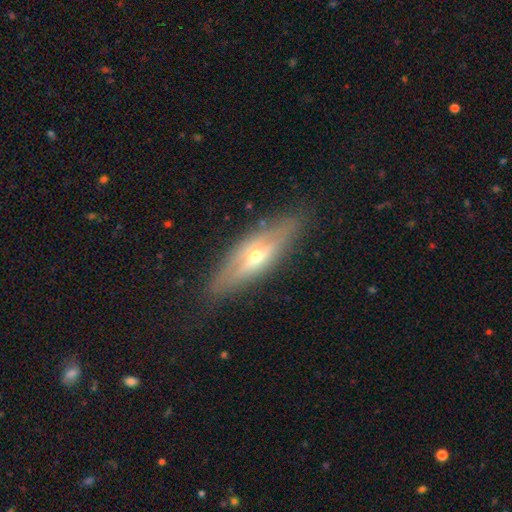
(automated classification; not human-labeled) Morphology: type=featured or disk (67%); edge-on=yes (84%); edge-on bulge=rounded (88%); merging=none (85%).